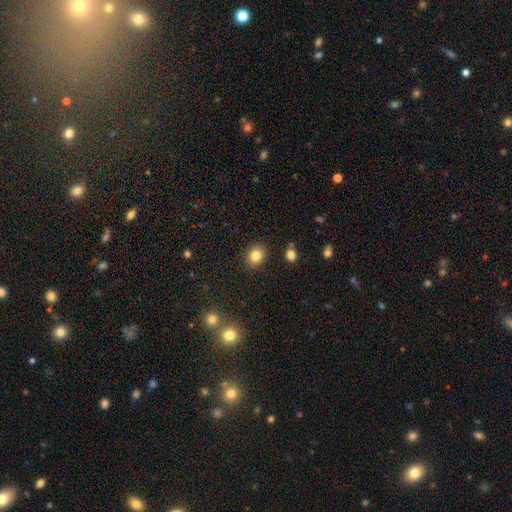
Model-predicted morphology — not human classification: This appears to be a smooth galaxy with no disk features (83%) that is round (54%). Merging: none (88%).